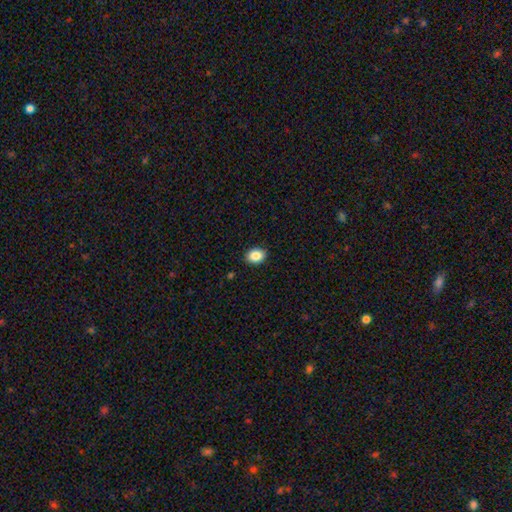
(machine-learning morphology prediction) Smooth or featured? Predicted: smooth (p=0.87). How rounded? Predicted: in between (p=0.60). Merging? Predicted: none (p=0.90).